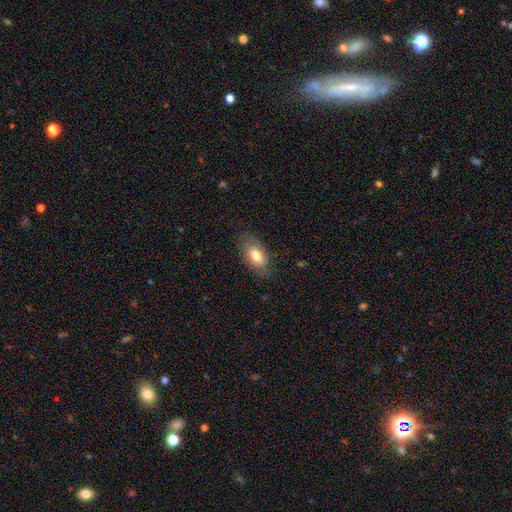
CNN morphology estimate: smooth_or_featured: smooth (p=0.75) [alt: featured or disk p=0.18]
how_rounded: in between (p=0.91) [alt: round p=0.05]
merging: none (p=0.79) [alt: minor disturbance p=0.16]